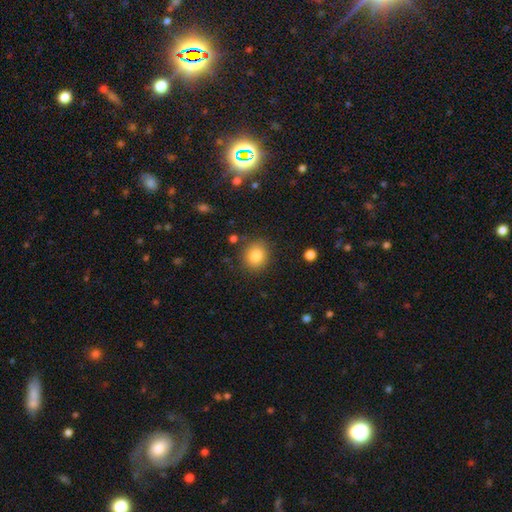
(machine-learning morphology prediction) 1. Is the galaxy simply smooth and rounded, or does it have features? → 84% smooth, 10% star or artifact, 6% featured or disk.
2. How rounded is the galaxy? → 80% round, 20% in between, 1% cigar-shaped.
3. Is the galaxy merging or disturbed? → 85% none, 9% minor disturbance, 3% major disturbance, 2% merger.